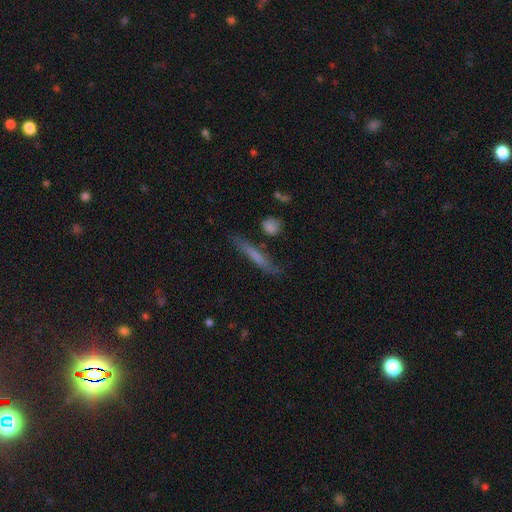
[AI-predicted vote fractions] Smooth or featured?
  - smooth: 55% *
  - featured or disk: 36%
  - star or artifact: 9%
How rounded?
  - cigar-shaped: 91% *
  - in between: 7%
  - round: 3%
Merging?
  - none: 74% *
  - minor disturbance: 16%
  - major disturbance: 5%
  - merger: 4%